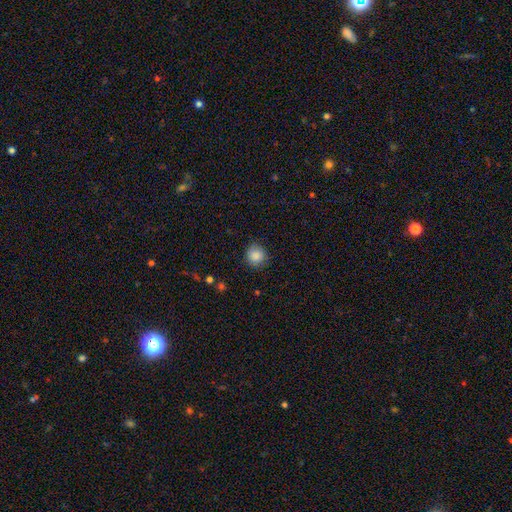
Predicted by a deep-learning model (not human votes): smooth-or-featured: smooth: 87% | star or artifact: 9% | featured or disk: 4%
  how-rounded: round: 90% | in between: 9% | cigar-shaped: 1%
  merging: none: 84% | minor disturbance: 12% | major disturbance: 3% | merger: 1%